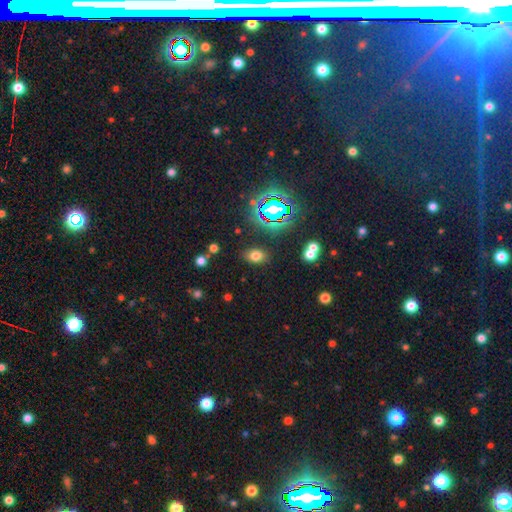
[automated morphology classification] smooth 68%, star or artifact 22%, featured or disk 10%. Down the decision tree: how rounded — in between (80%); merging — none (83%).